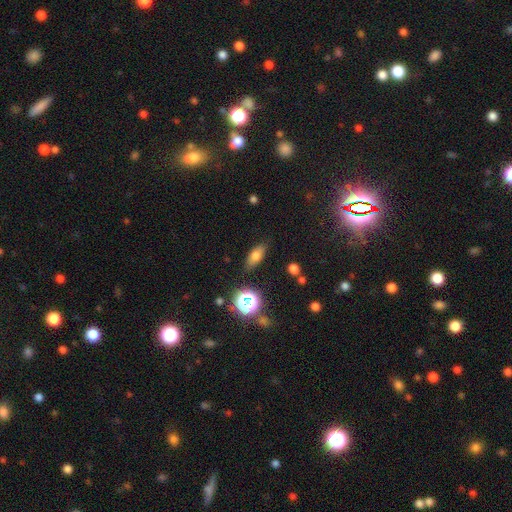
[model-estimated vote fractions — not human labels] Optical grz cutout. It shows a smooth galaxy with no disk features (71%) that is in between round and cigar-shaped (74%). Merging: none (84%).